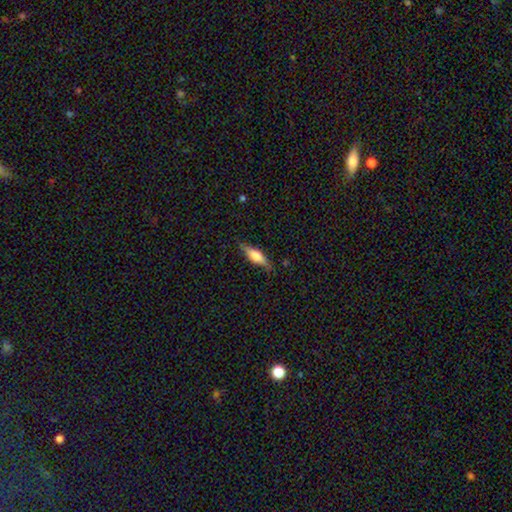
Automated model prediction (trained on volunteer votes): smooth_or_featured: smooth (p=0.50) [alt: featured or disk p=0.43]
how_rounded: cigar-shaped (p=0.54) [alt: in between p=0.43]
merging: none (p=0.78) [alt: minor disturbance p=0.17]